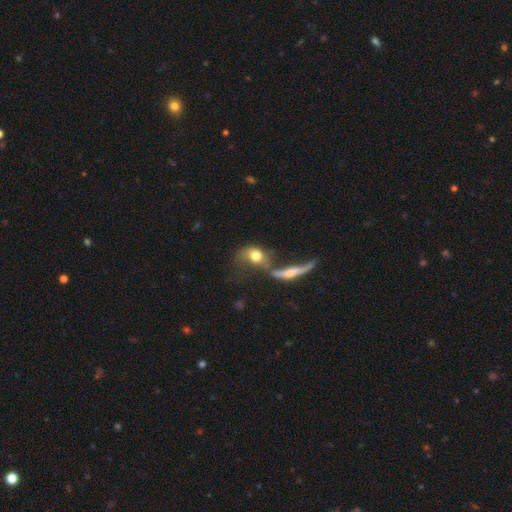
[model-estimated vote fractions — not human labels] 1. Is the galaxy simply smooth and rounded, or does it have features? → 56% smooth, 34% featured or disk, 10% star or artifact.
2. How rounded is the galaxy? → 60% in between, 31% round, 9% cigar-shaped.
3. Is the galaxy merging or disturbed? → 57% merger, 17% major disturbance, 17% none, 9% minor disturbance.